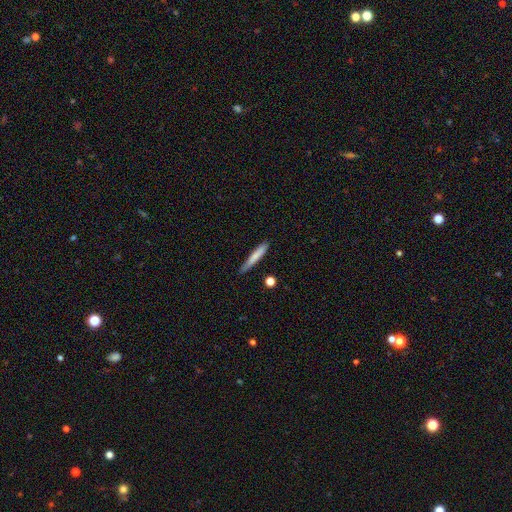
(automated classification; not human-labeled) This appears to be a smooth galaxy with no disk features (74%) that is cigar-shaped (94%). Merging: none (81%).